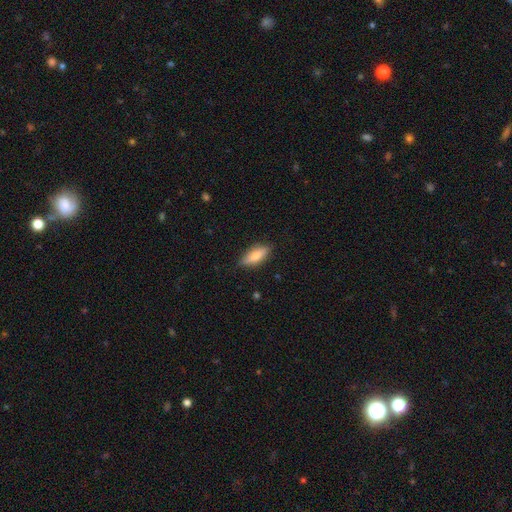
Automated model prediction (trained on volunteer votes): smooth_or_featured: smooth (p=0.70) [alt: featured or disk p=0.24]
how_rounded: in between (p=0.66) [alt: cigar-shaped p=0.31]
merging: none (p=0.83) [alt: minor disturbance p=0.13]